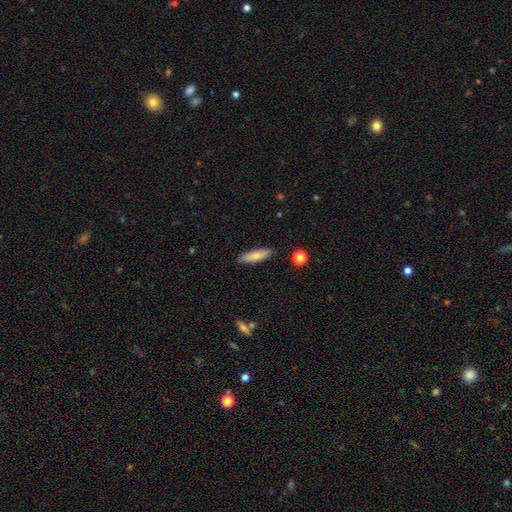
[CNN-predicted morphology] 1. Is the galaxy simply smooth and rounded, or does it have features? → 76% smooth, 17% featured or disk, 7% star or artifact.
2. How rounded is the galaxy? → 58% cigar-shaped, 40% in between, 2% round.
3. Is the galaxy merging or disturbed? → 88% none, 9% minor disturbance, 2% major disturbance, 1% merger.